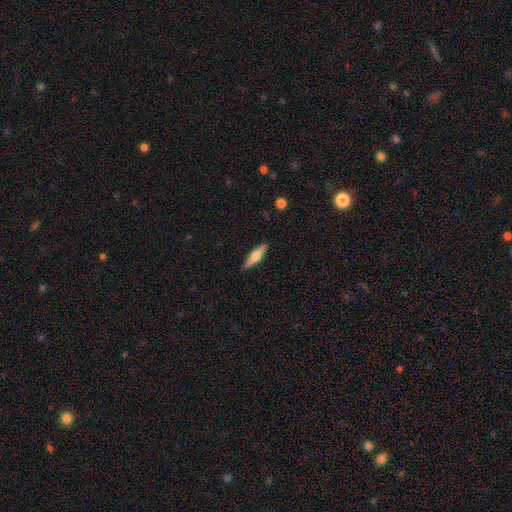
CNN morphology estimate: Smooth or featured? Predicted: smooth (p=0.58). How rounded? Predicted: cigar-shaped (p=0.72). Merging? Predicted: none (p=0.89).